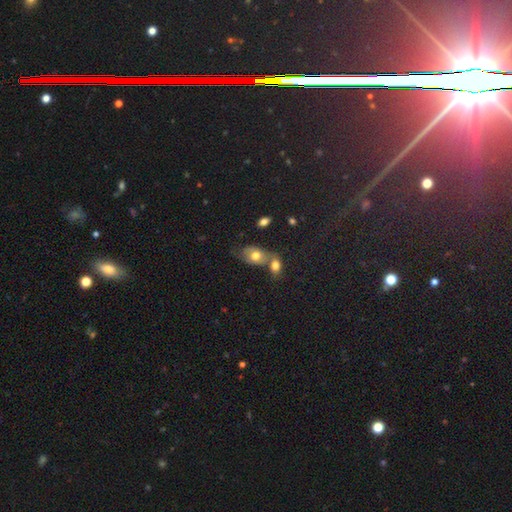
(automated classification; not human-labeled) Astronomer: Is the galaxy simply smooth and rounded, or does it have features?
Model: smooth — 63%.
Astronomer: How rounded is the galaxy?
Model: in between — 83%.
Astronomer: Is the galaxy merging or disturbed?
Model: merger — 42% (runner-up: none, 36%).